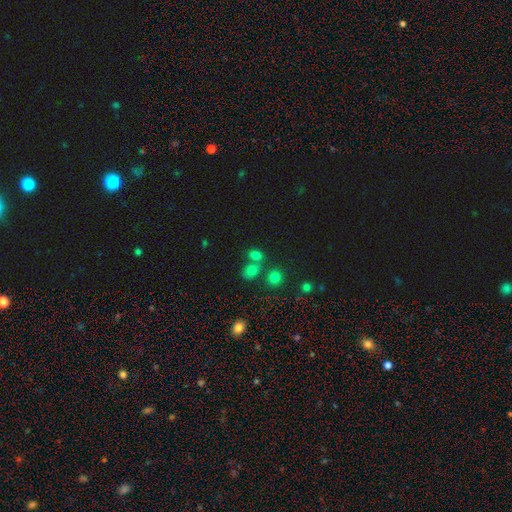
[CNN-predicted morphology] Q: Smooth or featured?
A: smooth (73%); runner-up: star or artifact (19%)
Q: How rounded?
A: in between (65%); runner-up: round (33%)
Q: Merging?
A: none (53%); runner-up: merger (31%)